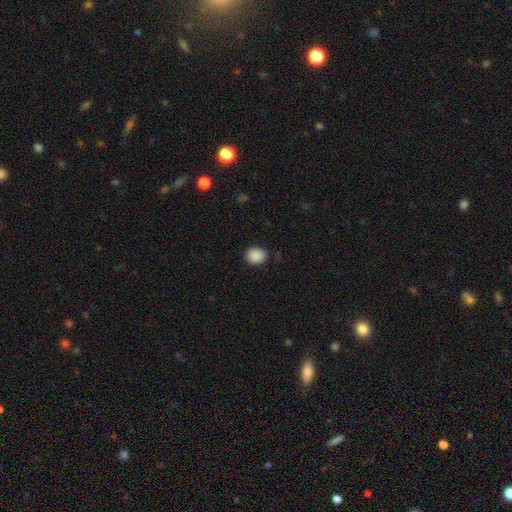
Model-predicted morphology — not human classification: Smooth or featured? Predicted: smooth (p=0.89). How rounded? Predicted: round (p=0.67). Merging? Predicted: none (p=0.84).